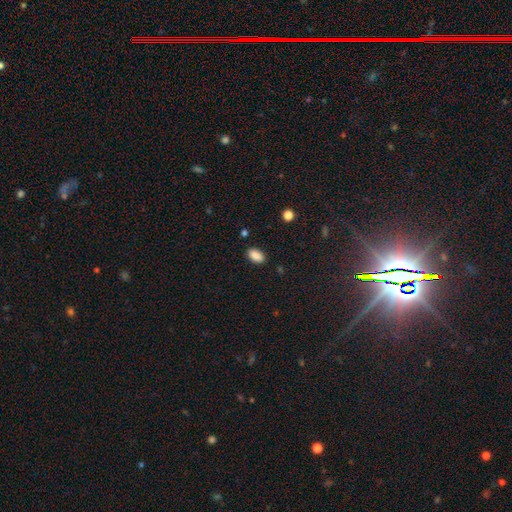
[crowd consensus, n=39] Volunteers were most divided on "smooth or featured": smooth: 90%, featured or disk: 5%, star or artifact: 5%. More confident: merging — none (95%); how rounded — in between (94%).